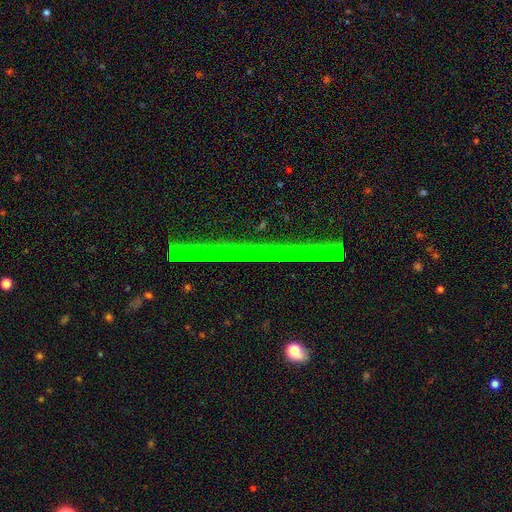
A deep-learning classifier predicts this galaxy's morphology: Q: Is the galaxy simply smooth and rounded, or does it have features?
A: featured or disk — 44%.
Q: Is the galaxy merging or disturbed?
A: none — 89%.